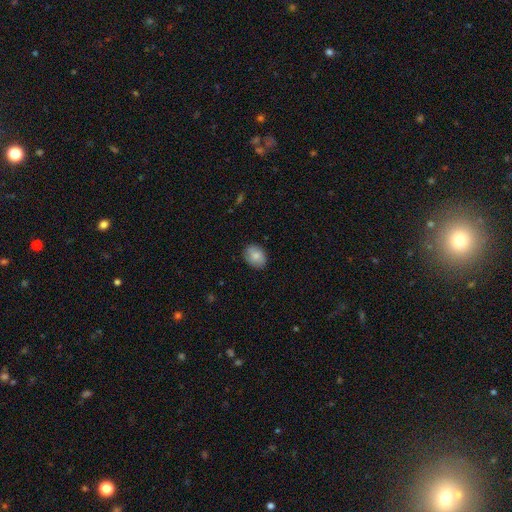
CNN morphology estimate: Overall: smooth (84%). How rounded: in between (63%; round 36%). Merging: none (85%).